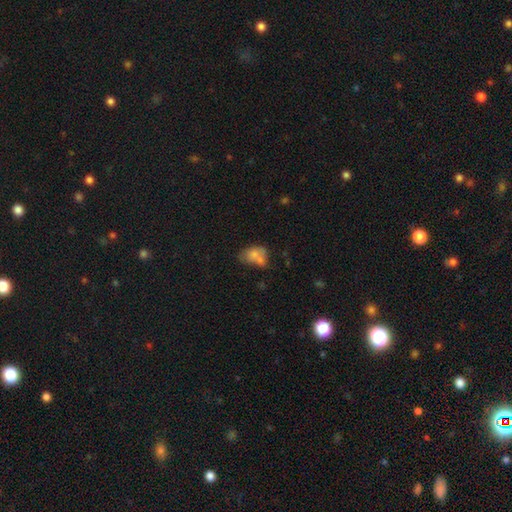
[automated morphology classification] Smooth or featured? smooth (72%)
How rounded? in between (75%)
Merging? merger (43%)